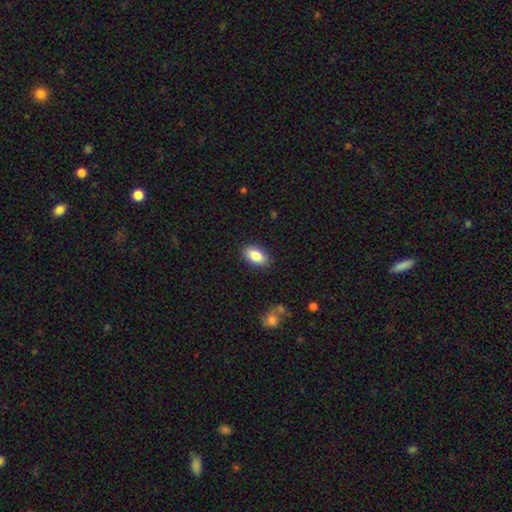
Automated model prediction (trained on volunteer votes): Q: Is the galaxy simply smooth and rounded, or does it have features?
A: smooth — 87%.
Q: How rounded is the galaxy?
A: in between — 92%.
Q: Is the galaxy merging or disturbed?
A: none — 87%.